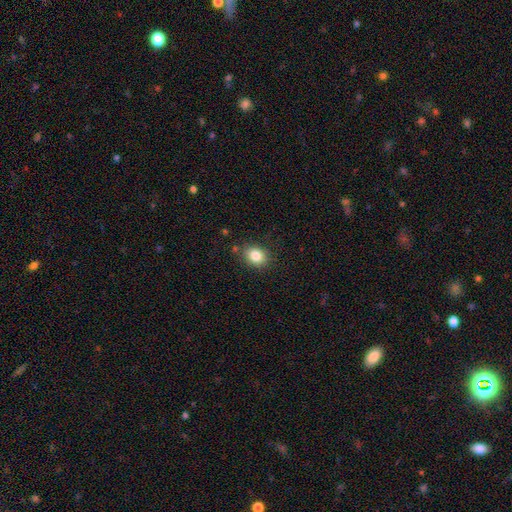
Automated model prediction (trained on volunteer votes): The model was most divided on "how rounded": in between: 50%, round: 49%, cigar-shaped: 1%. More confident: smooth or featured — smooth (84%); merging — none (82%).